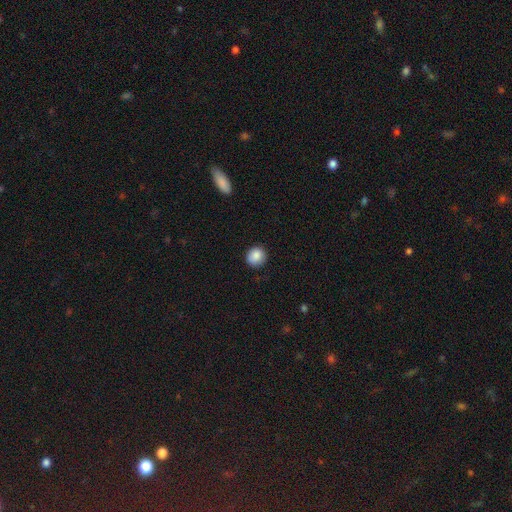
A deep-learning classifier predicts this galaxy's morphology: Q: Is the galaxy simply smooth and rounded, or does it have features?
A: smooth — 87%.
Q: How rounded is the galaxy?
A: round — 88%.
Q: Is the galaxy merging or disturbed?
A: none — 87%.